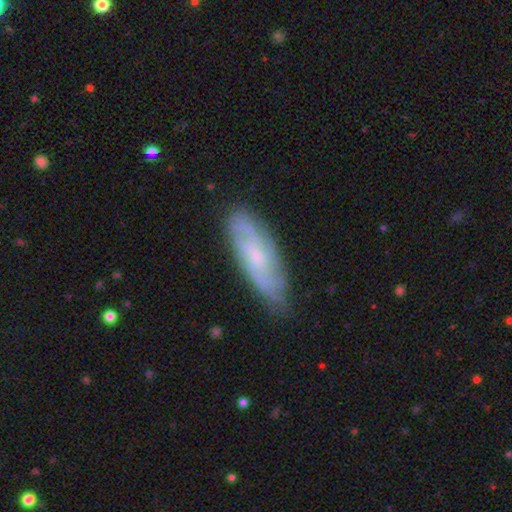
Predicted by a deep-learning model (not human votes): The model was most divided on "bar": no: 57%, weak: 37%, strong: 6%. More confident: spiral arms — yes (90%); edge-on disk — no (83%); merging — none (76%); smooth or featured — featured or disk (66%); bulge size — small (65%).